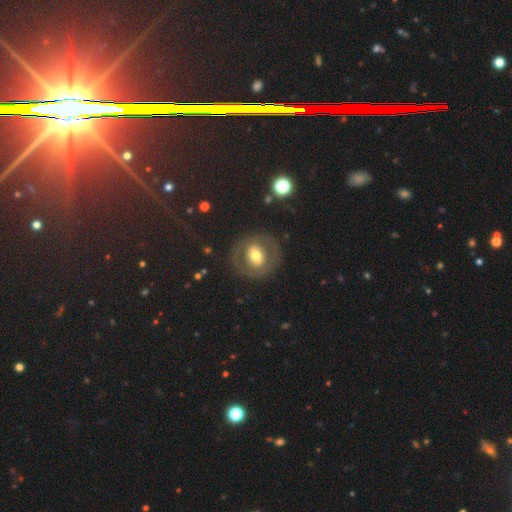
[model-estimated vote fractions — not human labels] Morphology: type=featured or disk (46%, tied with smooth); merging=none (81%).